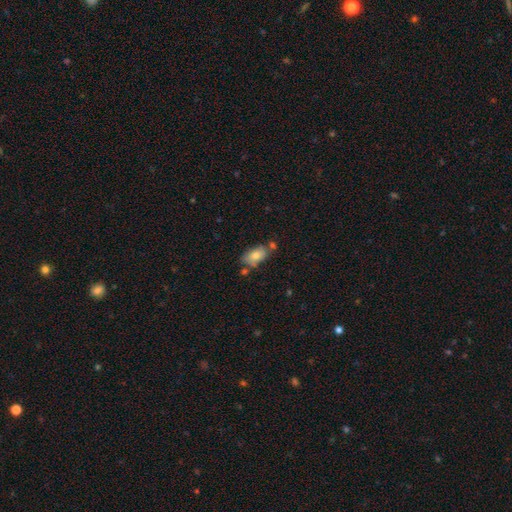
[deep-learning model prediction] smooth 76%, featured or disk 16%, star or artifact 8%. Down the decision tree: how rounded — in between (91%); merging — none (61%).